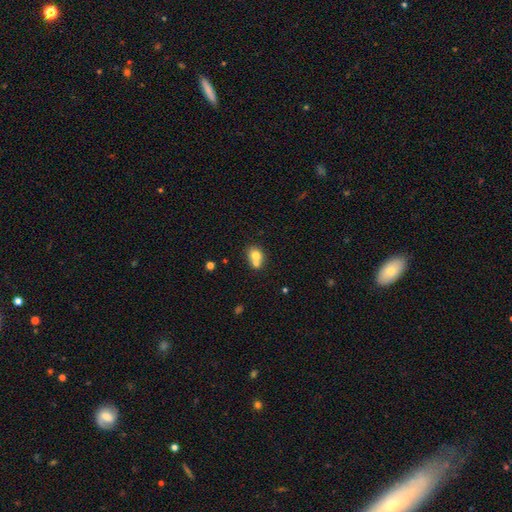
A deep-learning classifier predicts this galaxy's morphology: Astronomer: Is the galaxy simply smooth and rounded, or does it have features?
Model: smooth — 73%.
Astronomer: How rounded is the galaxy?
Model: round — 63%.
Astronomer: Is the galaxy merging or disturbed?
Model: merger — 52% (runner-up: none, 37%).